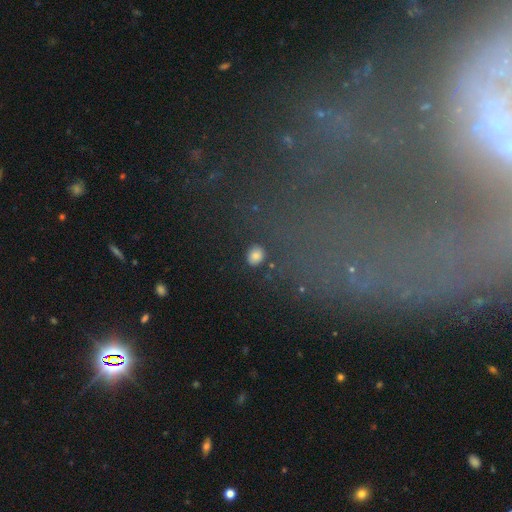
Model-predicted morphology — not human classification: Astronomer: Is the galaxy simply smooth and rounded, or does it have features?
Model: smooth — 79%.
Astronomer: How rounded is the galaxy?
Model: round — 57% (runner-up: in between, 42%).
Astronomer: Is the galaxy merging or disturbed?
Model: none — 86%.